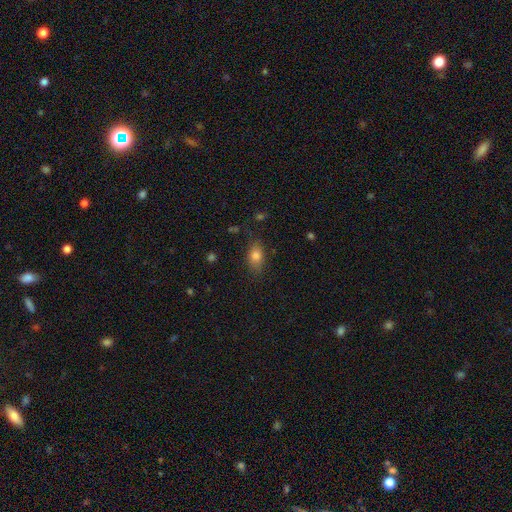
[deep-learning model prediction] smooth 79%, star or artifact 10%, featured or disk 10%. Down the decision tree: how rounded — in between (83%); merging — none (78%).